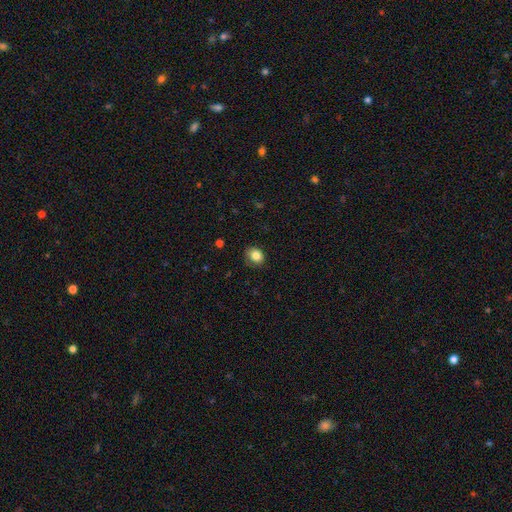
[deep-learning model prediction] A smooth galaxy with no disk features (84%) that is round (50%, tied with in between). Merging: none (76%).